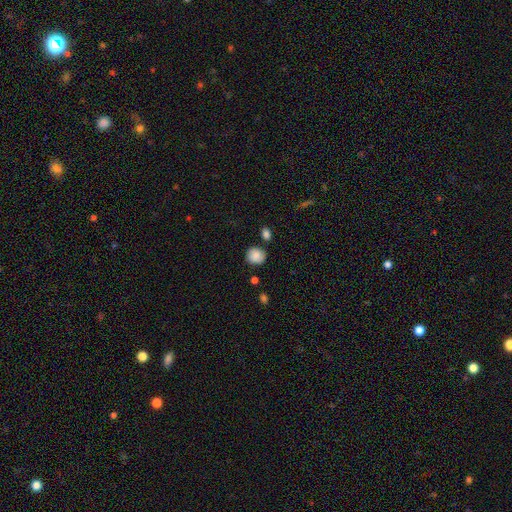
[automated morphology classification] A smooth galaxy with no disk features (85%) that is round (82%). Merging: none (76%).